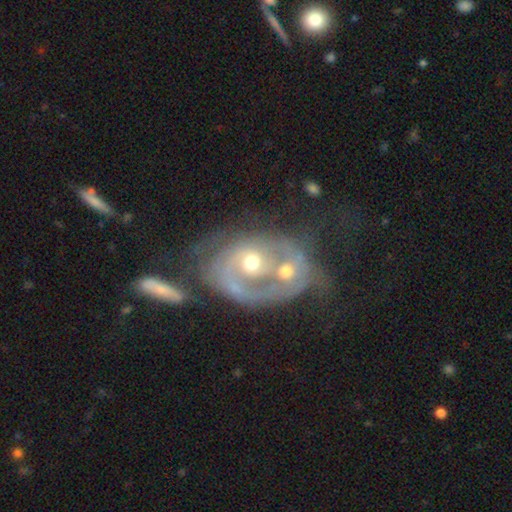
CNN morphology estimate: featured or disk 75%, smooth 18%, star or artifact 7%. Down the decision tree: edge-on disk — no (96%); bar — no (80%); spiral arms — yes (66%); bulge size — moderate (63%); merging — merger (65%).